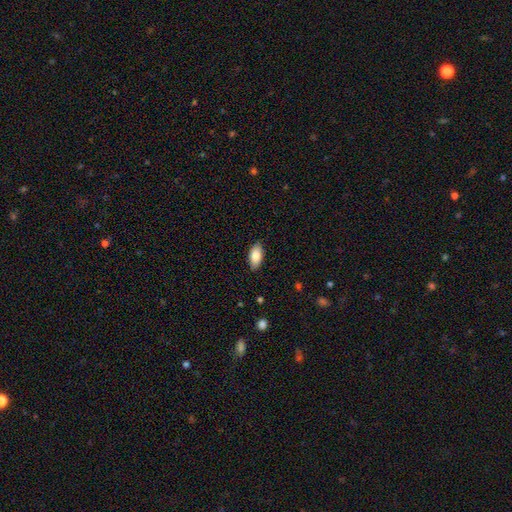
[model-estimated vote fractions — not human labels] smooth_or_featured: smooth (p=0.84) [alt: featured or disk p=0.09]
how_rounded: in between (p=0.92) [alt: cigar-shaped p=0.06]
merging: none (p=0.87) [alt: minor disturbance p=0.10]